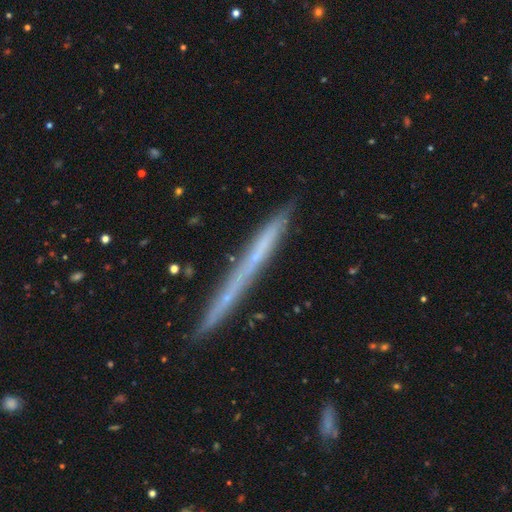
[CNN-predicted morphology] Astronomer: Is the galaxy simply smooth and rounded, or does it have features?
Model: featured or disk — 51% (runner-up: smooth, 40%).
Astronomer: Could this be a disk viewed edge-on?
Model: yes — 95%.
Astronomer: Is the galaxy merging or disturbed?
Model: none — 85%.